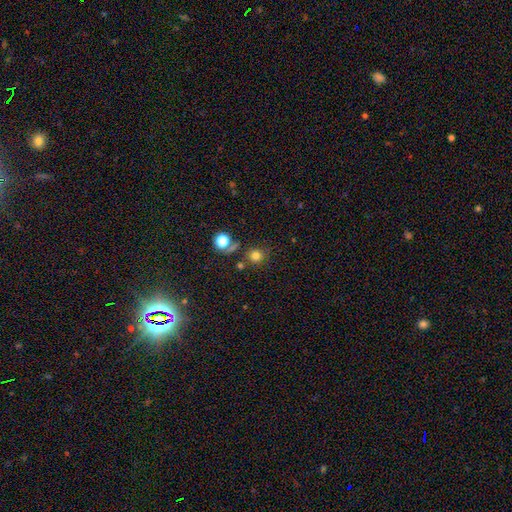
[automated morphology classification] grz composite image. It shows a smooth galaxy with no disk features (77%) that is round (90%). Merging: none (76%).